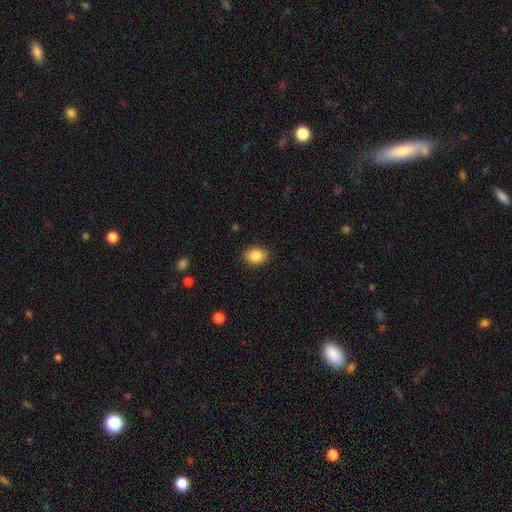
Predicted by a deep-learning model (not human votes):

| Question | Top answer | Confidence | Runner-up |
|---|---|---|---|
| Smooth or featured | smooth | 86% | star or artifact (8%) |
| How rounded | in between | 63% | round (36%) |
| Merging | none | 89% | minor disturbance (8%) |